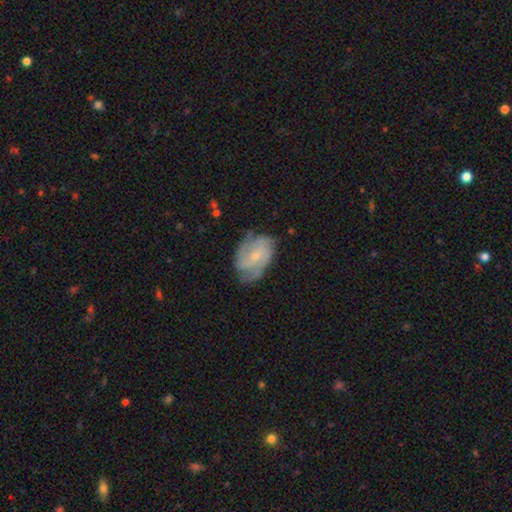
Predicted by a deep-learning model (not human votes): Morphology: type=featured or disk (75%); edge-on=no (97%); bar=no (54%); spiral arms=yes (91%); winding=medium (43%); arm count=2 (28%); bulge=small (71%); merging=none (63%).